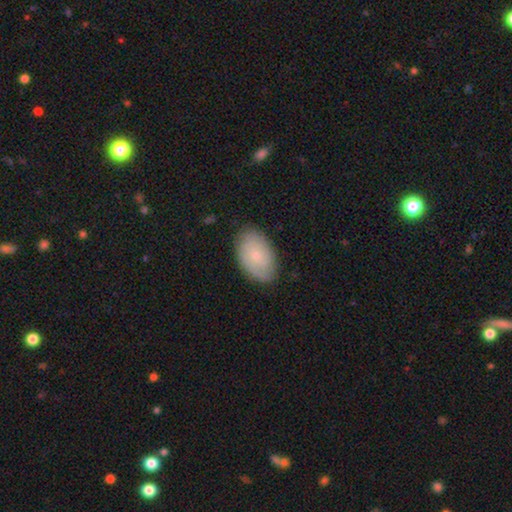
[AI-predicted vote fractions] A smooth galaxy with no disk features (58%) that is in between round and cigar-shaped (90%).

Vote fractions:
- Smooth or featured? smooth: 58% / featured or disk: 35% / star or artifact: 7%
- How rounded? in between: 90% / round: 8% / cigar-shaped: 1%
- Merging? none: 81% / minor disturbance: 15% / major disturbance: 3% / merger: 1%